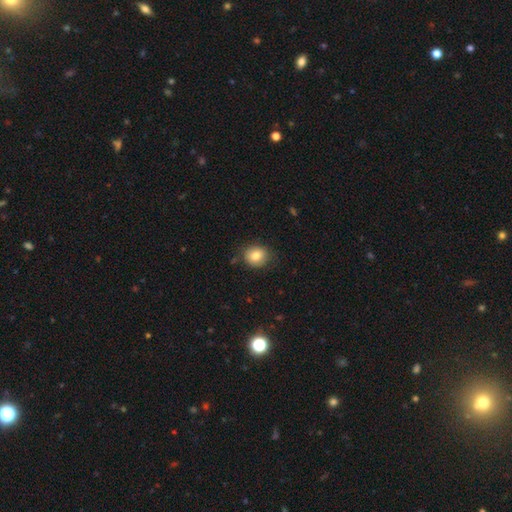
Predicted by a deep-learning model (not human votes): Smooth or featured? Predicted: smooth (p=0.80). How rounded? Predicted: round (p=0.73). Merging? Predicted: none (p=0.80).